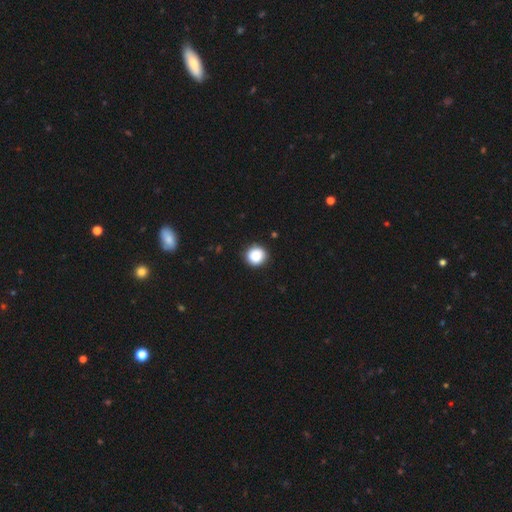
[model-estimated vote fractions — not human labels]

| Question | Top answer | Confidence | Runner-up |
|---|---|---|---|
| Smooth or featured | smooth | 88% | star or artifact (9%) |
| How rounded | round | 92% | in between (7%) |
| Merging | none | 89% | minor disturbance (8%) |